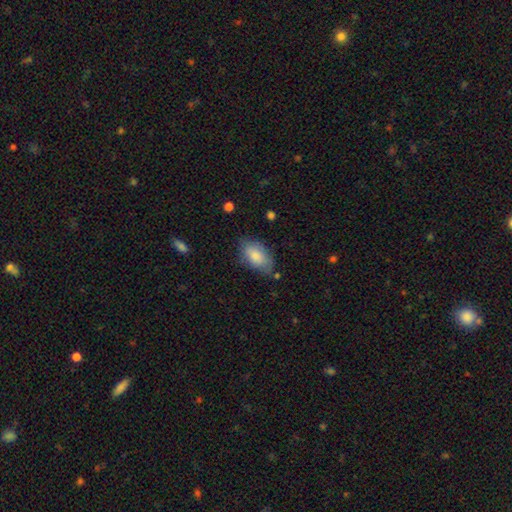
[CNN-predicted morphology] smooth 83%, featured or disk 11%, star or artifact 6%. Down the decision tree: how rounded — in between (93%); merging — none (69%).